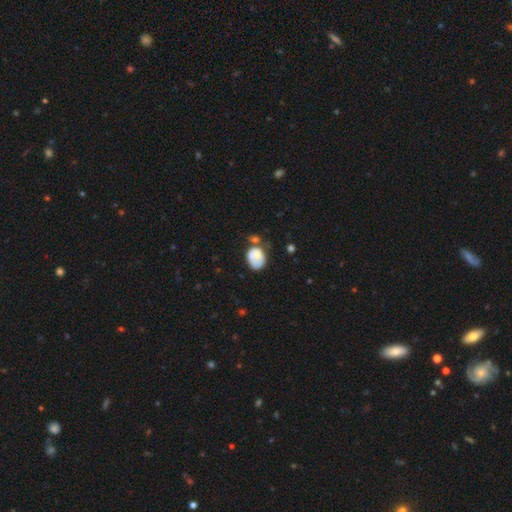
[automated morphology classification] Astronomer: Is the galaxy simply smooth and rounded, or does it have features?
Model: smooth — 67%.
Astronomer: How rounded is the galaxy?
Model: in between — 68%.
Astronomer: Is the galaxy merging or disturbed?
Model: none — 35% (runner-up: minor disturbance, 30%).